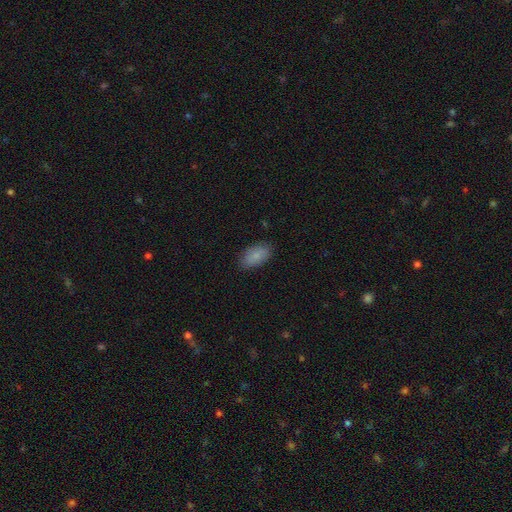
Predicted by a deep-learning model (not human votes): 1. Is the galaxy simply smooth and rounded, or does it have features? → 84% smooth, 10% featured or disk, 6% star or artifact.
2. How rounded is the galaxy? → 93% in between, 4% cigar-shaped, 3% round.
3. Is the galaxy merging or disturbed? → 84% none, 12% minor disturbance, 2% major disturbance, 1% merger.